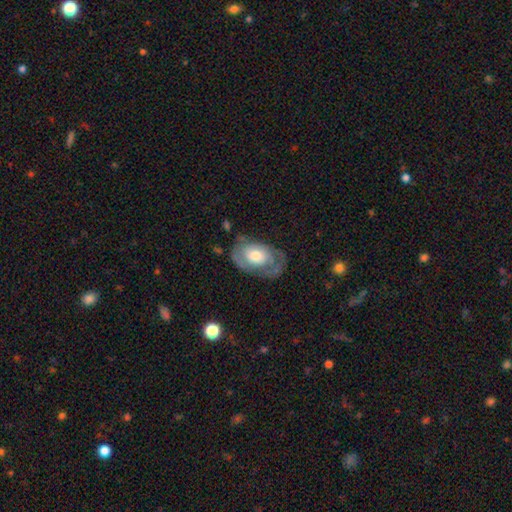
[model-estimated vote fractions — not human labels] Morphology: type=featured or disk (59%); edge-on=no (94%); bar=no (80%); spiral arms=yes (63%); bulge=moderate (55%); merging=none (52%).